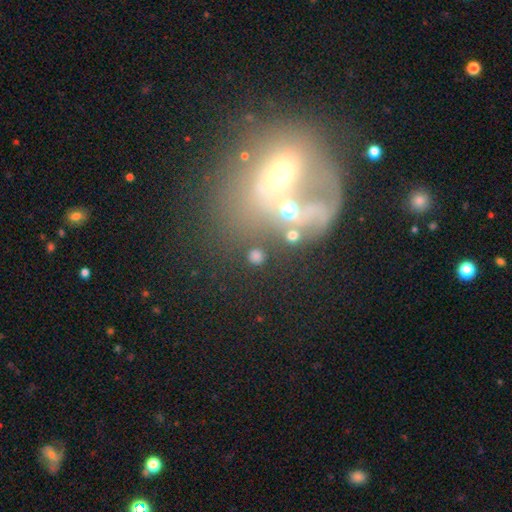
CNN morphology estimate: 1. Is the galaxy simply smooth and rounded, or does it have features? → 73% smooth, 18% star or artifact, 9% featured or disk.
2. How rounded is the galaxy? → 87% round, 12% in between, 1% cigar-shaped.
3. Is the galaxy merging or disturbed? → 81% none, 7% minor disturbance, 7% merger, 5% major disturbance.